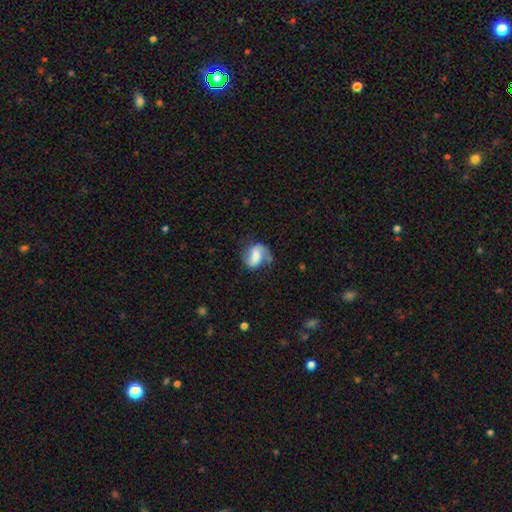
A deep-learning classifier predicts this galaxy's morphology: Smooth or featured? Predicted: featured or disk (p=0.55). Edge-on disk? Predicted: no (p=0.97). Bar? Predicted: weak (p=0.39). Spiral arms? Predicted: yes (p=0.87). Bulge size? Predicted: moderate (p=0.46). Merging? Predicted: none (p=0.61).